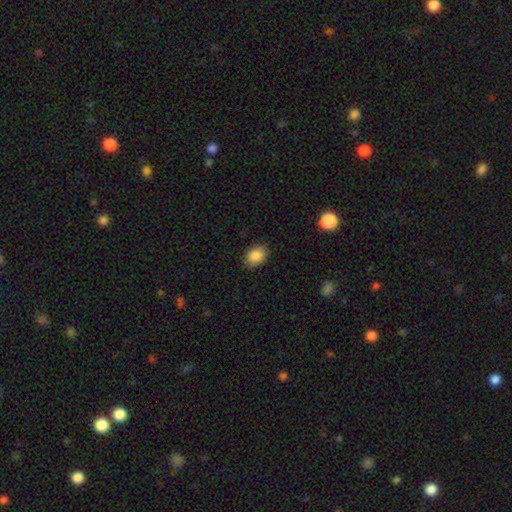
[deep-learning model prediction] Smooth or featured: smooth — 88% (star or artifact — 8%)
How rounded: in between — 75% (round — 24%)
Merging: none — 87% (minor disturbance — 9%)